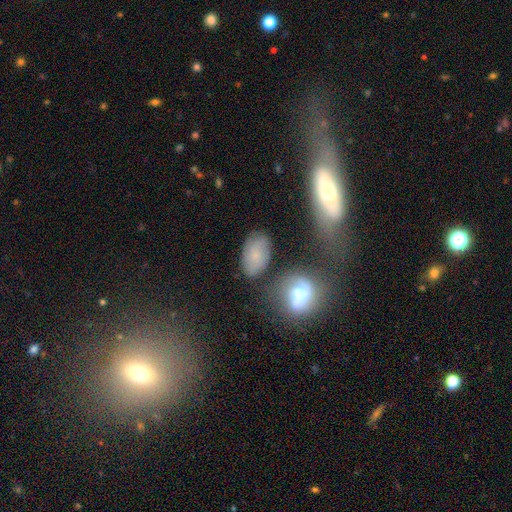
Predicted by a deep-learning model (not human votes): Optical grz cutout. It shows a smooth galaxy with no disk features (64%) that is in between round and cigar-shaped (88%). Merging: none (68%).